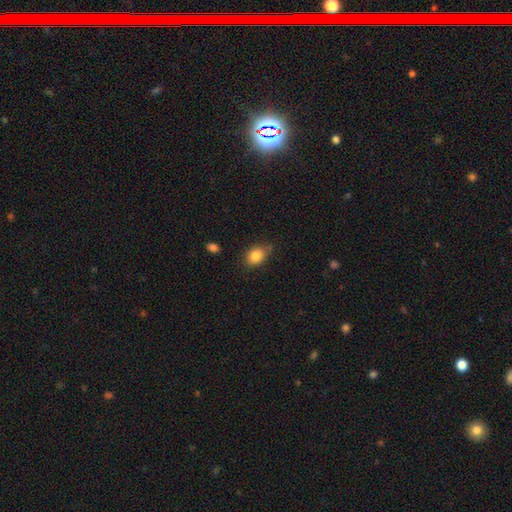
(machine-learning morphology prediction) Smooth or featured? Predicted: smooth (p=0.84). How rounded? Predicted: in between (p=0.62). Merging? Predicted: none (p=0.72).